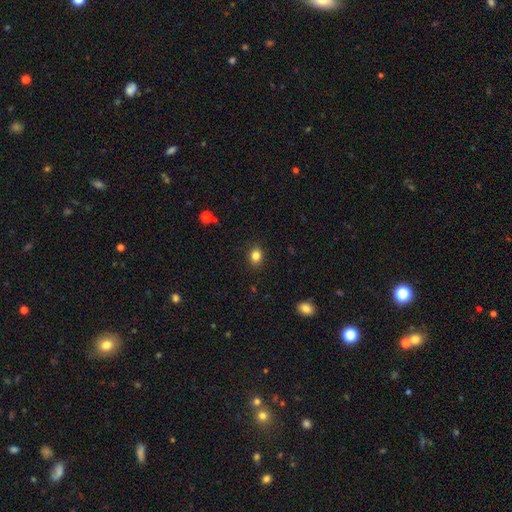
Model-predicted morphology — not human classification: smooth 84%, star or artifact 11%, featured or disk 5%. Down the decision tree: how rounded — round (52%); merging — none (89%).